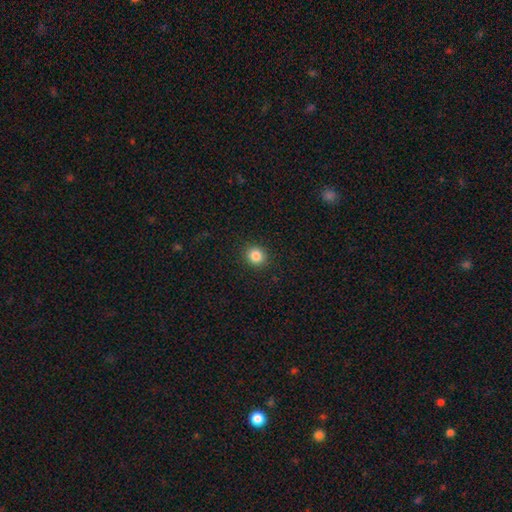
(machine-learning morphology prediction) Smooth or featured? smooth (85%)
How rounded? round (84%)
Merging? none (91%)